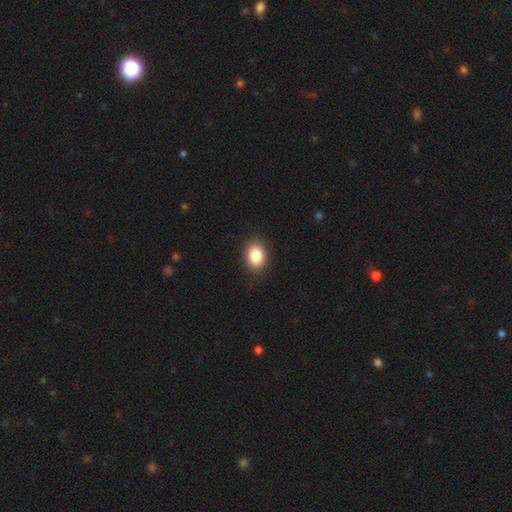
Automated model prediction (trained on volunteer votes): A smooth galaxy with no disk features (86%) that is in between round and cigar-shaped (73%).

Vote fractions:
- Smooth or featured? smooth: 86% / star or artifact: 8% / featured or disk: 6%
- How rounded? in between: 73% / round: 26% / cigar-shaped: 1%
- Merging? none: 88% / minor disturbance: 9% / major disturbance: 2% / merger: 1%